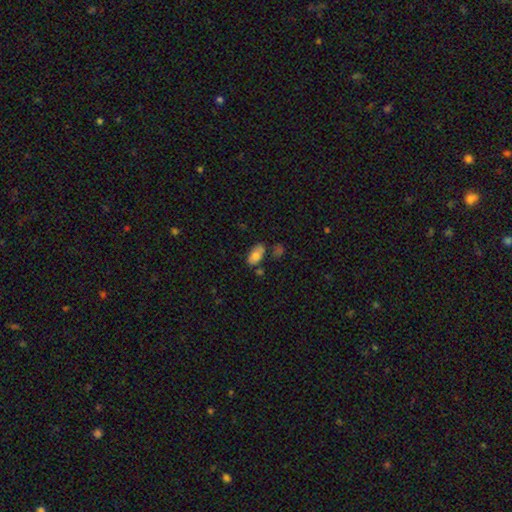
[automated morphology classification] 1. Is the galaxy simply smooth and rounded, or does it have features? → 75% smooth, 17% featured or disk, 7% star or artifact.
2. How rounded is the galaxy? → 93% in between, 4% round, 3% cigar-shaped.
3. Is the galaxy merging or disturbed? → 65% none, 20% minor disturbance, 10% merger, 5% major disturbance.